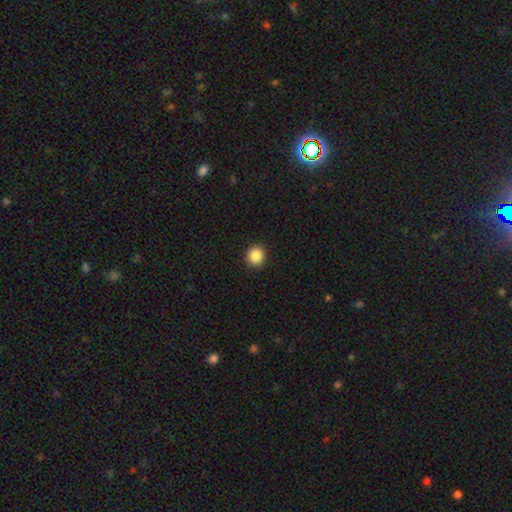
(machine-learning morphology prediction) type=smooth (88%); roundness=round (83%); merging=none (91%).